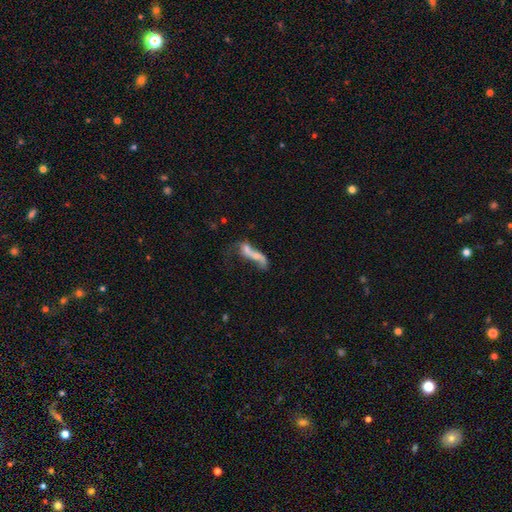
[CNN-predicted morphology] The model was most divided on "smooth or featured": featured or disk: 51%, smooth: 38%, star or artifact: 12%. Remaining: edge-on disk — no (84%); merging — merger (45%).